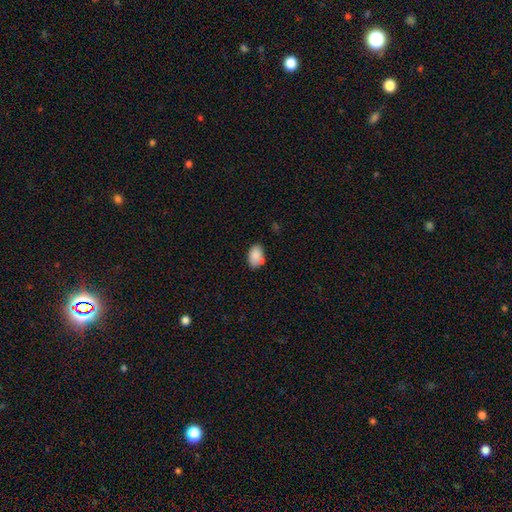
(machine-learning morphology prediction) Smooth or featured?
  - smooth: 86% *
  - star or artifact: 8%
  - featured or disk: 6%
How rounded?
  - in between: 87% *
  - round: 11%
  - cigar-shaped: 1%
Merging?
  - none: 65% *
  - minor disturbance: 19%
  - merger: 12%
  - major disturbance: 4%